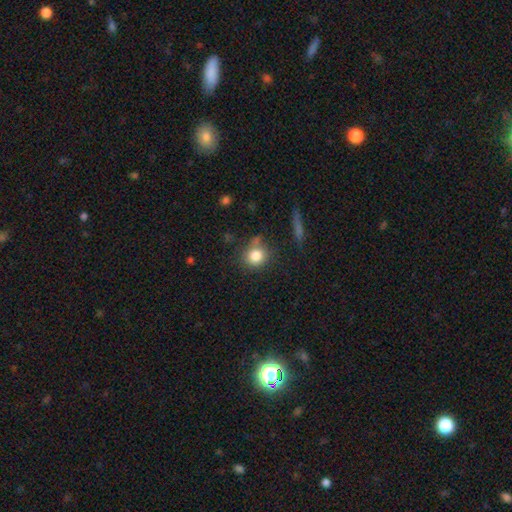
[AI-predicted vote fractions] smooth 82%, star or artifact 11%, featured or disk 7%. Down the decision tree: how rounded — round (83%); merging — none (69%).